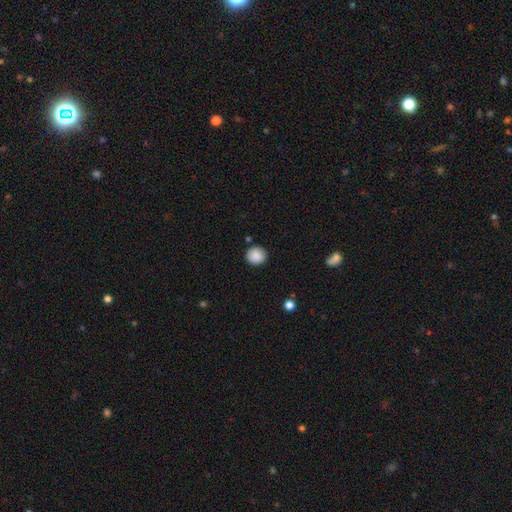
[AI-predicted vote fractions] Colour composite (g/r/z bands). It shows a smooth galaxy with no disk features (89%) that is round (87%). Merging: none (88%).